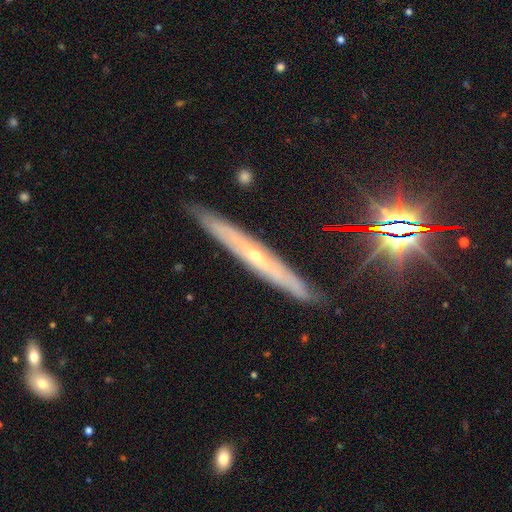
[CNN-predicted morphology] featured or disk 70%, smooth 19%, star or artifact 12%. Down the decision tree: edge-on disk — yes (85%); edge-on bulge — rounded (68%); merging — none (86%).